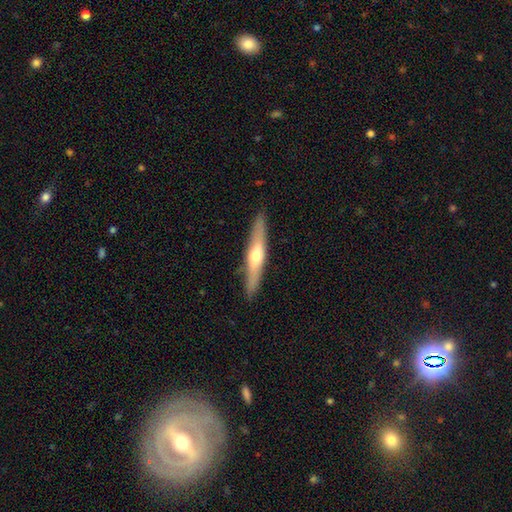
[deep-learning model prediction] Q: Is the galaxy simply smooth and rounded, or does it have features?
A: featured or disk — 55%.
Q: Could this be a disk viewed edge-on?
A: yes — 92%.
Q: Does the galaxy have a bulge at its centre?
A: rounded — 87%.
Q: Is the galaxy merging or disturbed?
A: none — 90%.